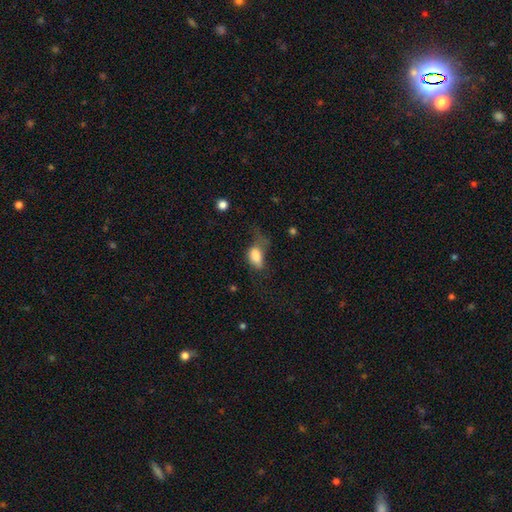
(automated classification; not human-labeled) smooth-or-featured: smooth: 78% | featured or disk: 13% | star or artifact: 9%
  how-rounded: in between: 88% | round: 9% | cigar-shaped: 3%
  merging: major disturbance: 48% | minor disturbance: 26% | none: 22% | merger: 4%